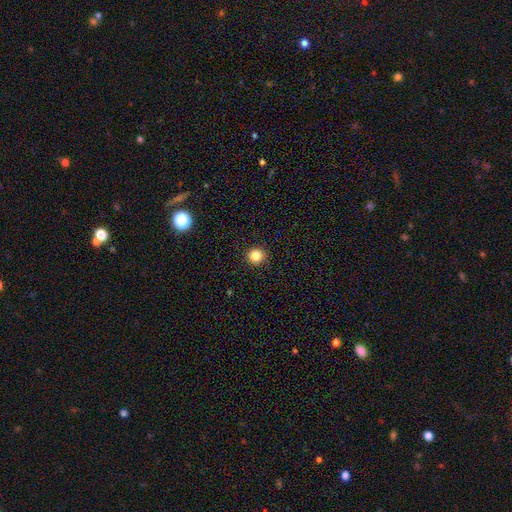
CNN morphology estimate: smooth-or-featured: smooth: 84% | star or artifact: 12% | featured or disk: 4%
  how-rounded: round: 93% | in between: 6% | cigar-shaped: 1%
  merging: none: 93% | minor disturbance: 5% | major disturbance: 2% | merger: 1%